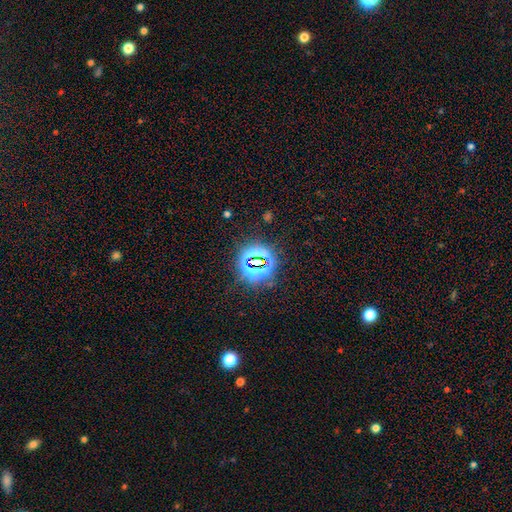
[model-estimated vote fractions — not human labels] Morphology: type=star or artifact (76%).